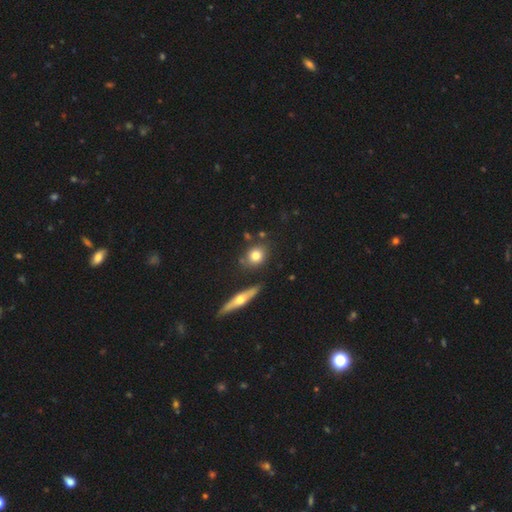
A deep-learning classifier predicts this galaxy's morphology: Smooth or featured? smooth (75%)
How rounded? round (66%)
Merging? none (76%)